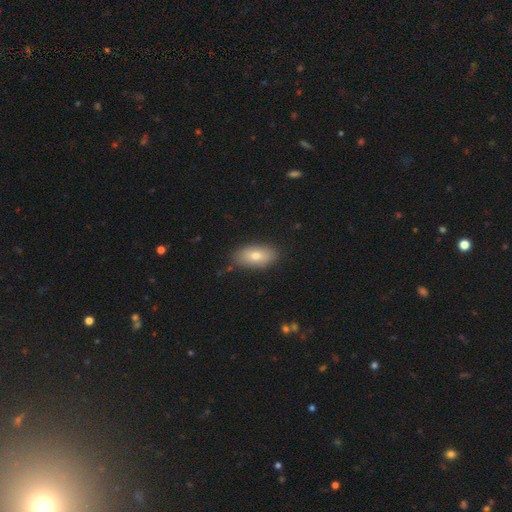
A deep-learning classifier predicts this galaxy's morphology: Smooth or featured? smooth (75%)
How rounded? in between (90%)
Merging? none (83%)